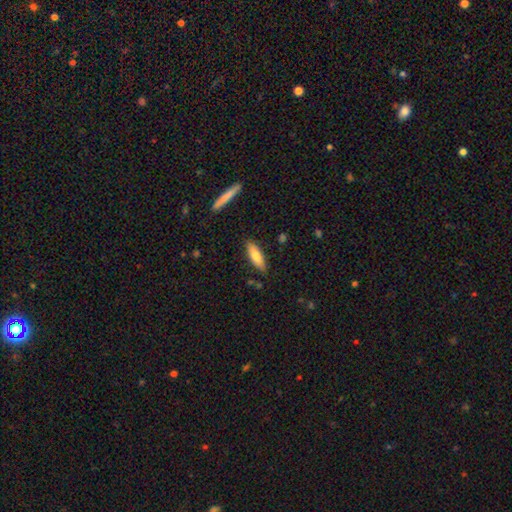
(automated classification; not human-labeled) The model was most divided on "how rounded": cigar-shaped: 51%, in between: 47%, round: 2%. More confident: merging — none (84%); smooth or featured — smooth (73%).